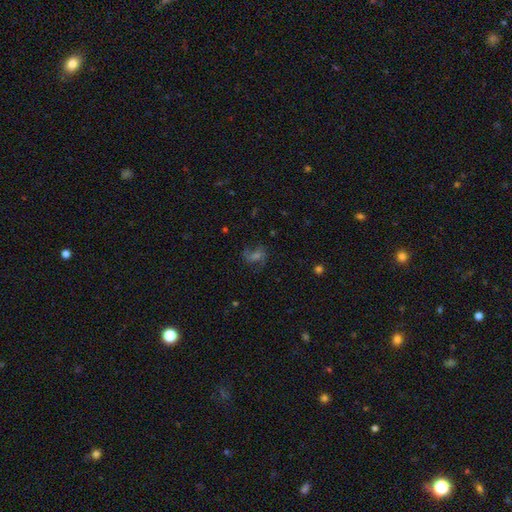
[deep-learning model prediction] smooth_or_featured: featured or disk (p=0.52) [alt: star or artifact p=0.26]
disk_edge_on: no (p=0.96) [alt: yes p=0.04]
bar: no (p=0.48) [alt: weak p=0.40]
has_spiral_arms: yes (p=0.86) [alt: no p=0.14]
bulge_size: moderate (p=0.35) [alt: small p=0.33]
merging: none (p=0.68) [alt: minor disturbance p=0.16]